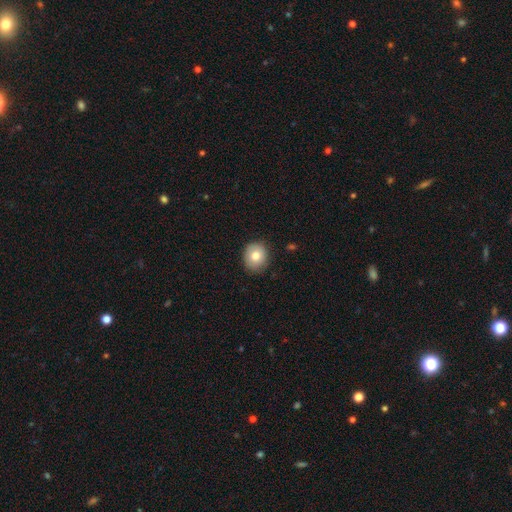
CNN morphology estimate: smooth_or_featured: smooth (p=0.79) [alt: featured or disk p=0.12]
how_rounded: round (p=0.74) [alt: in between p=0.25]
merging: none (p=0.85) [alt: minor disturbance p=0.12]